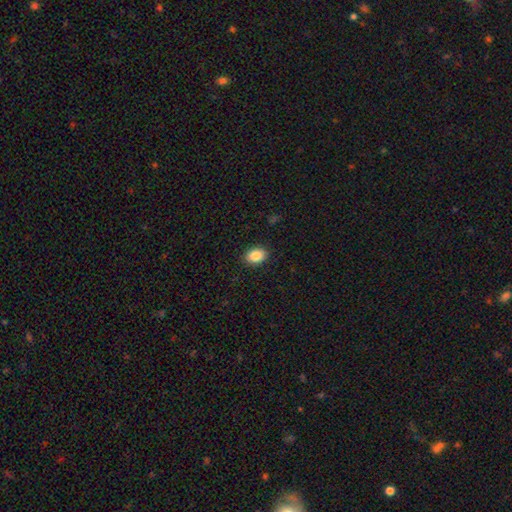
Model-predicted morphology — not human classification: This appears to be a smooth galaxy with no disk features (88%) that is in between round and cigar-shaped (77%). Merging: none (90%).